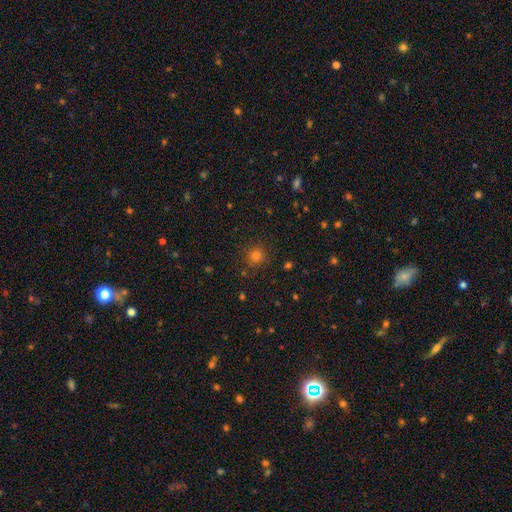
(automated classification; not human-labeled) smooth 74%, star or artifact 21%, featured or disk 5%. Down the decision tree: how rounded — round (93%); merging — none (87%).